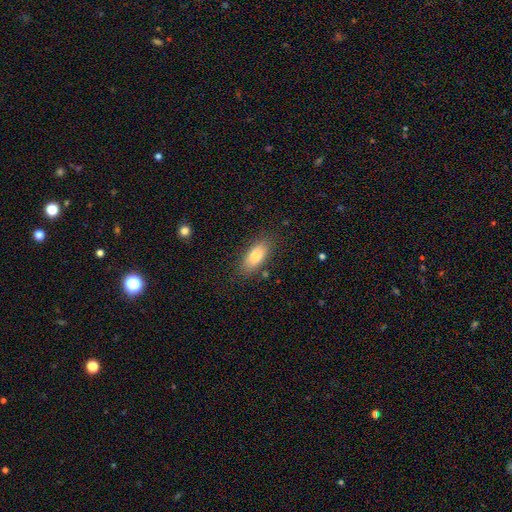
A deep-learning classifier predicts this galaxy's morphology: Overall: smooth (81%). How rounded: in between (83%). Merging: none (83%).